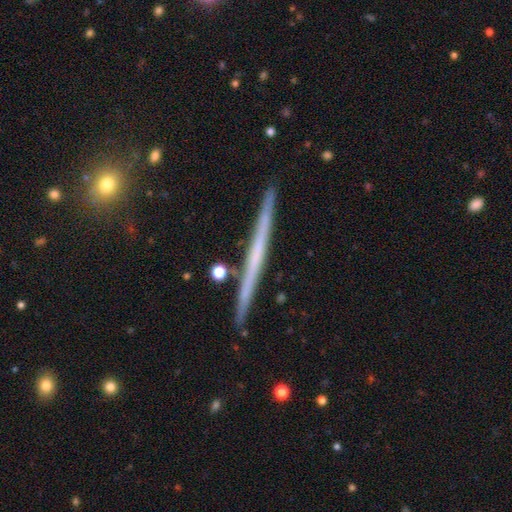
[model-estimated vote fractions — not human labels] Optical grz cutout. It shows a featured or disk galaxy (64%) viewed edge-on (98%) with no central bulge (89%). Merging: none (90%).